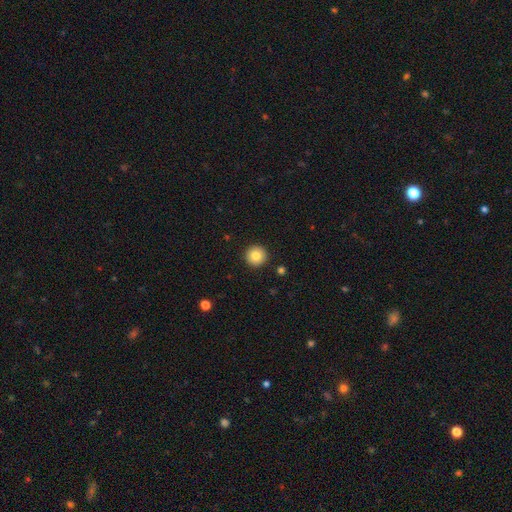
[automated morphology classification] smooth_or_featured: smooth (p=0.84) [alt: star or artifact p=0.09]
how_rounded: round (p=0.96) [alt: in between p=0.03]
merging: none (p=0.93) [alt: minor disturbance p=0.05]